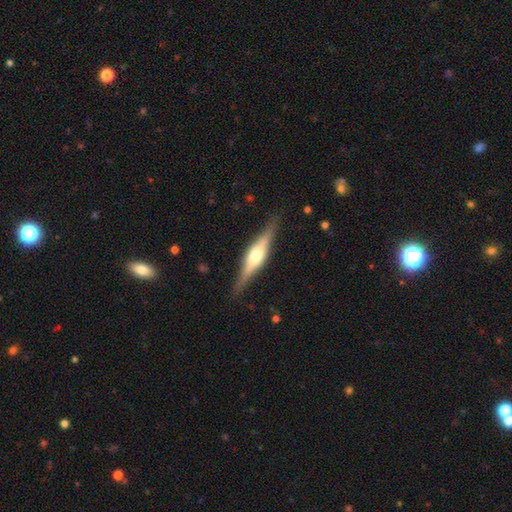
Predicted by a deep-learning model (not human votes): Smooth or featured? featured or disk (74%)
Edge-on disk? yes (97%)
Edge-on bulge? rounded (84%)
Merging? none (87%)